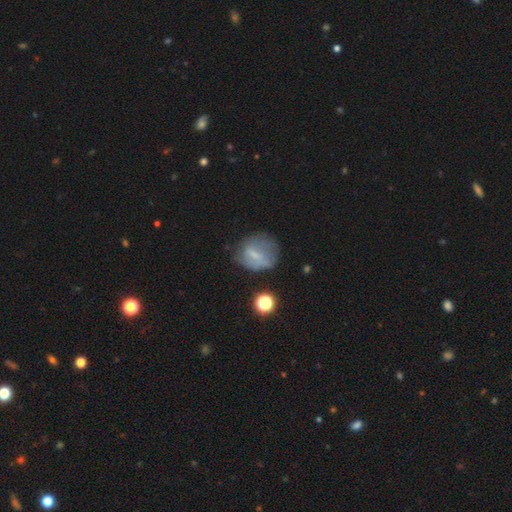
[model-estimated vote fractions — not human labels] A smooth galaxy with no disk features (49%).

Vote fractions:
- Smooth or featured? smooth: 49% / featured or disk: 39% / star or artifact: 12%
- Merging? none: 54% / minor disturbance: 27% / major disturbance: 16% / merger: 3%